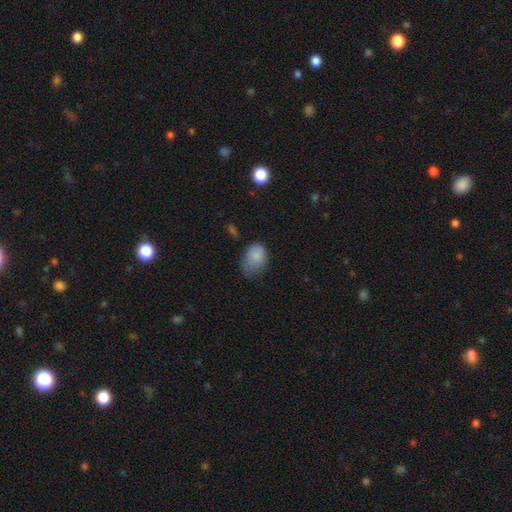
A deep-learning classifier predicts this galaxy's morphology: Smooth or featured?
  - smooth: 84% *
  - star or artifact: 9%
  - featured or disk: 7%
How rounded?
  - in between: 79% *
  - round: 20%
  - cigar-shaped: 1%
Merging?
  - none: 42% *
  - minor disturbance: 41%
  - major disturbance: 15%
  - merger: 2%